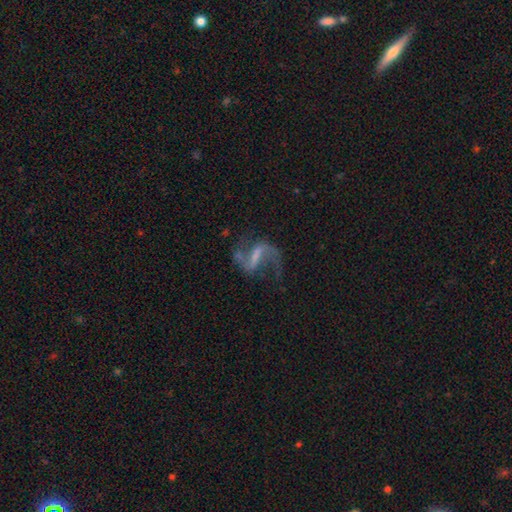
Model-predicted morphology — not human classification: Overall: featured or disk (88%). Edge-on disk: no (97%). Bar: strong (52%; weak 37%). Spiral arms: yes (95%). Spiral arm count: 2 (91%). Spiral winding: loose (65%; medium 30%). Bulge size: none (51%; small 30%). Merging: none (68%).